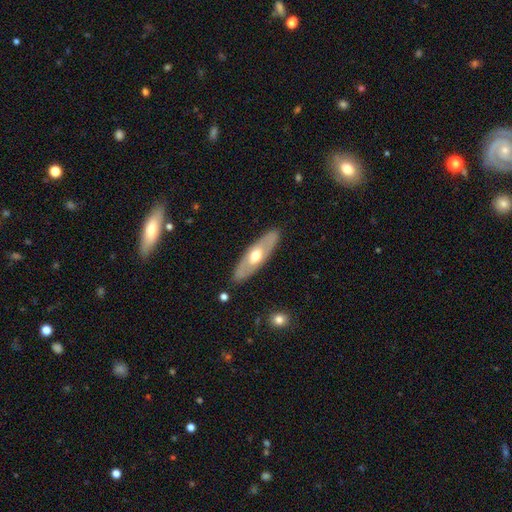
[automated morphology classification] Smooth or featured?
  - featured or disk: 53% *
  - smooth: 42%
  - star or artifact: 5%
Edge-on disk?
  - no: 61% *
  - yes: 39%
Merging?
  - none: 87% *
  - minor disturbance: 10%
  - major disturbance: 2%
  - merger: 1%